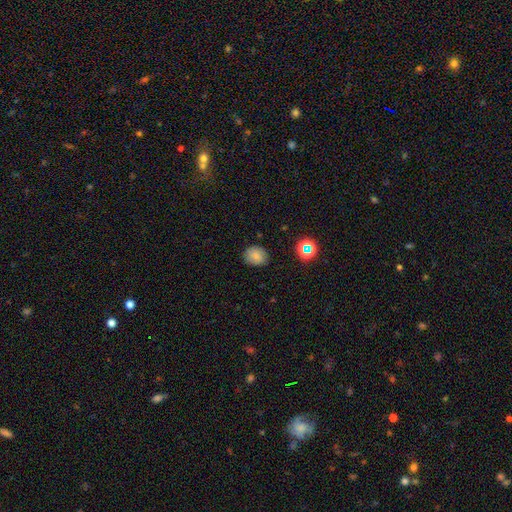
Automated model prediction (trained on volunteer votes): Morphology: type=smooth (80%); roundness=round (57%); merging=none (83%).